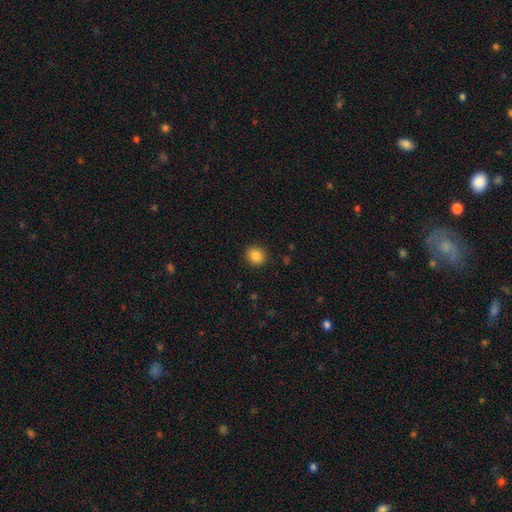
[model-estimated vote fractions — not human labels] The model was most divided on "how rounded": round: 85%, in between: 14%, cigar-shaped: 1%. More confident: merging — none (91%); smooth or featured — smooth (85%).